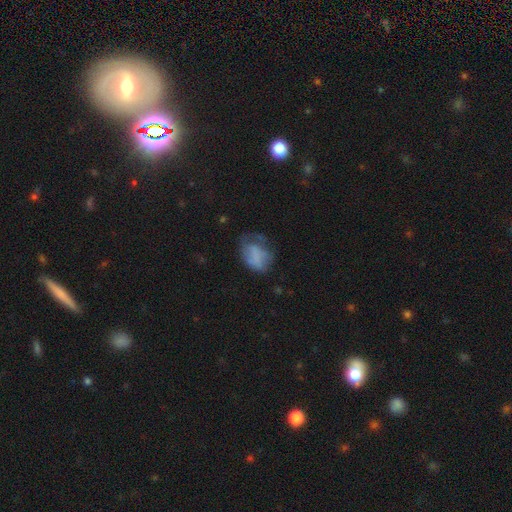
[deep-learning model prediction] Q: Smooth or featured?
A: smooth (64%); runner-up: featured or disk (26%)
Q: How rounded?
A: in between (72%); runner-up: round (26%)
Q: Merging?
A: none (35%); runner-up: minor disturbance (32%)